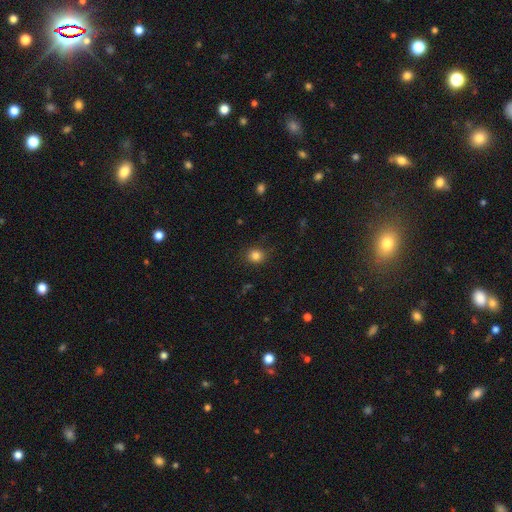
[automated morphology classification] This appears to be a smooth galaxy with no disk features (83%) that is round (80%). Merging: none (88%).